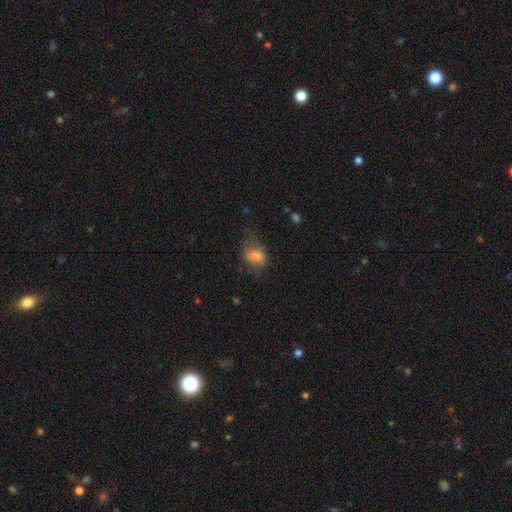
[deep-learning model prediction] This appears to be a smooth galaxy with no disk features (72%) that is in between round and cigar-shaped (62%). Merging: none (44%).